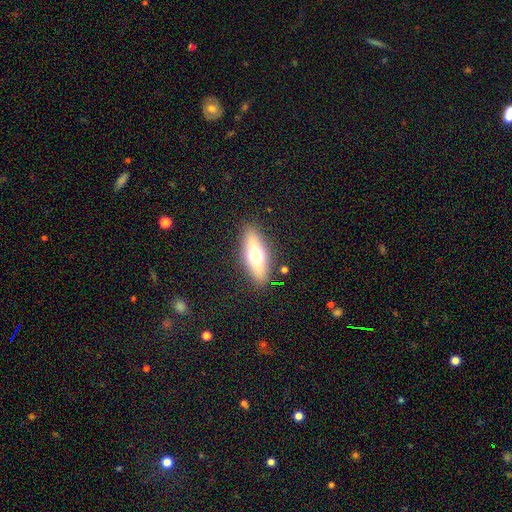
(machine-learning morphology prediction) Smooth or featured? smooth (54%)
How rounded? in between (60%)
Merging? none (86%)